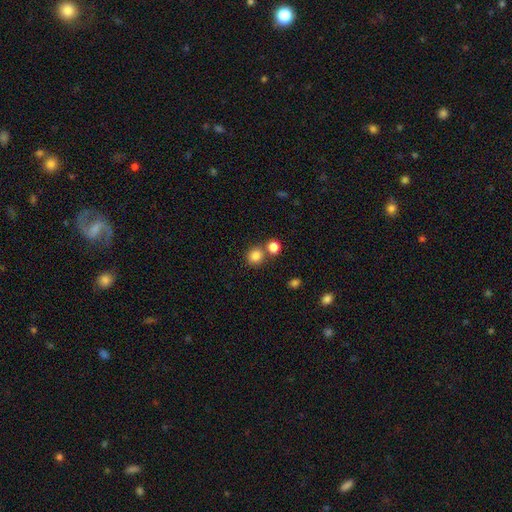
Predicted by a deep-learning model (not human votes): Morphology: type=smooth (83%); roundness=round (84%); merging=none (66%).